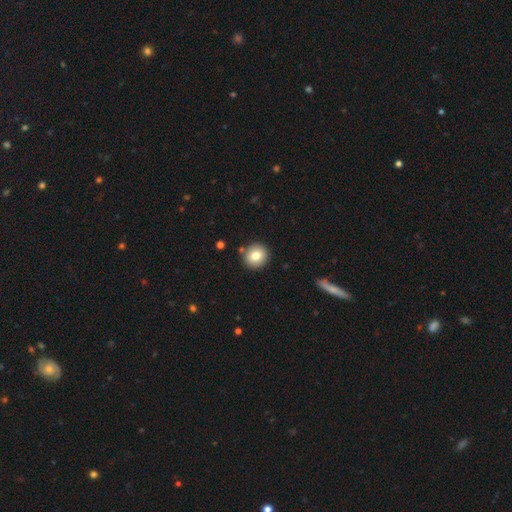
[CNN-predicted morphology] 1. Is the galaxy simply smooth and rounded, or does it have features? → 79% smooth, 12% featured or disk, 9% star or artifact.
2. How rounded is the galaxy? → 90% round, 9% in between, 1% cigar-shaped.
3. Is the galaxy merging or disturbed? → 87% none, 7% minor disturbance, 3% merger, 2% major disturbance.